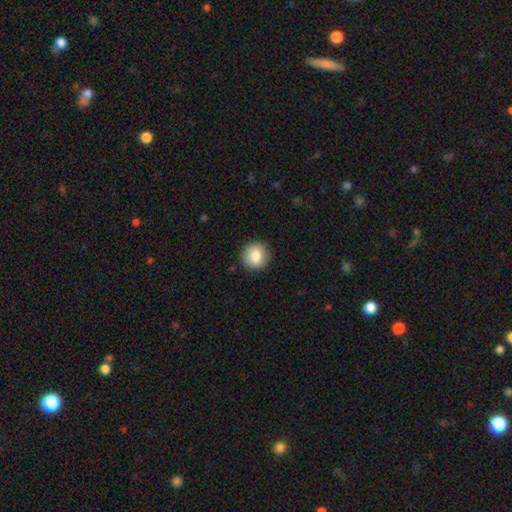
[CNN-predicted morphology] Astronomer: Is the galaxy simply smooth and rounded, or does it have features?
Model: smooth — 84%.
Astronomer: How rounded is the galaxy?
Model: round — 91%.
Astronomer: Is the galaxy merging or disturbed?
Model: none — 90%.